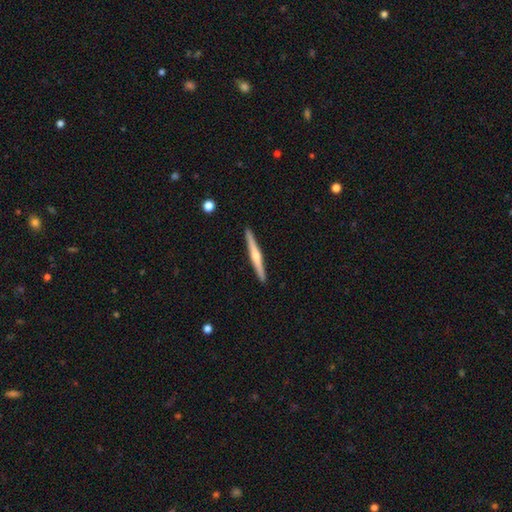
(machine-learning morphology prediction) This appears to be a featured or disk galaxy (69%) viewed edge-on (98%) with a rounded central bulge (83%). Merging: none (93%).